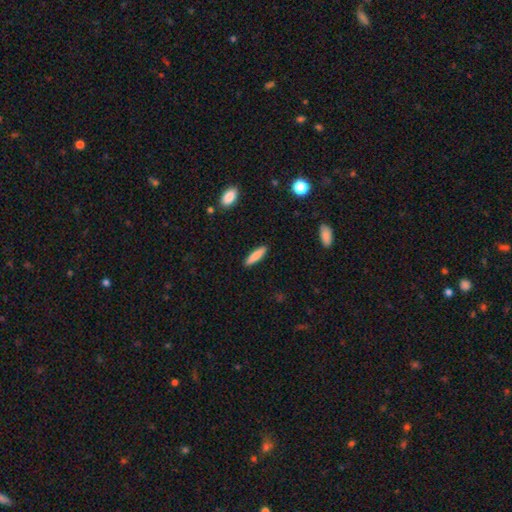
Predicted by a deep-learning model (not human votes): This appears to be a smooth galaxy with no disk features (82%) that is cigar-shaped (72%). Merging: none (90%).